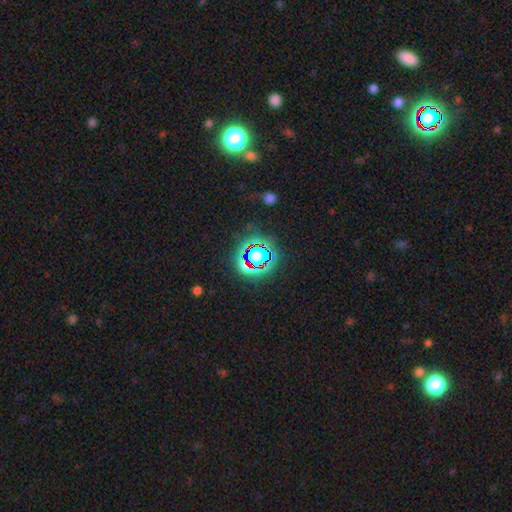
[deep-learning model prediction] Smooth or featured? Predicted: star or artifact (p=0.63).